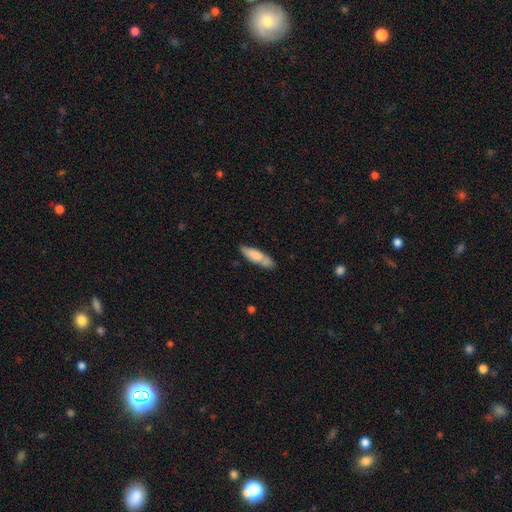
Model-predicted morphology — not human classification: A smooth galaxy with no disk features (74%) that is cigar-shaped (58%).

Vote fractions:
- Smooth or featured? smooth: 74% / featured or disk: 20% / star or artifact: 6%
- How rounded? cigar-shaped: 58% / in between: 40% / round: 2%
- Merging? none: 63% / minor disturbance: 22% / merger: 9% / major disturbance: 5%